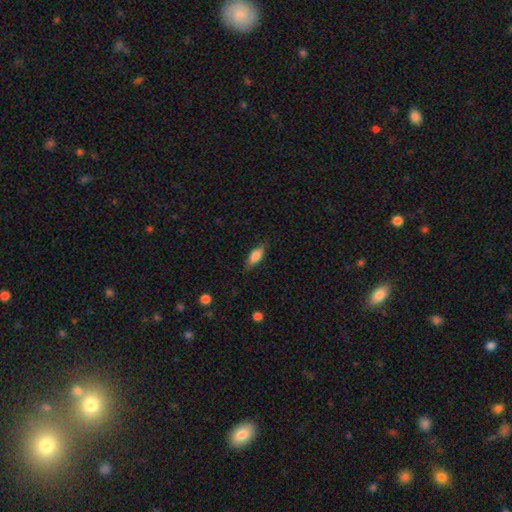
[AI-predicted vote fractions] A smooth galaxy with no disk features (77%) that is in between round and cigar-shaped (74%).

Vote fractions:
- Smooth or featured? smooth: 77% / featured or disk: 16% / star or artifact: 7%
- How rounded? in between: 74% / cigar-shaped: 22% / round: 3%
- Merging? none: 78% / minor disturbance: 16% / major disturbance: 4% / merger: 1%